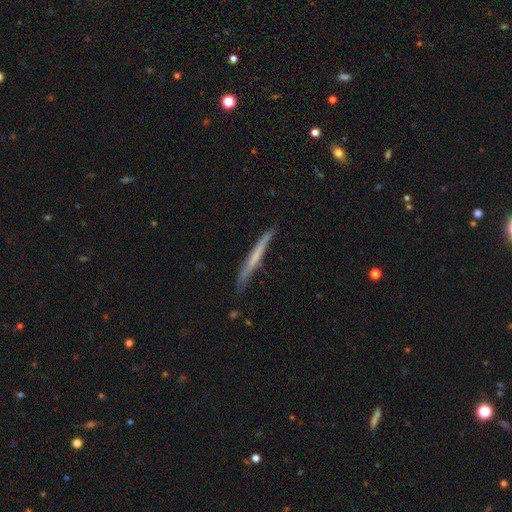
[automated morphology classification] A featured or disk galaxy (48%). Merging: none (80%).